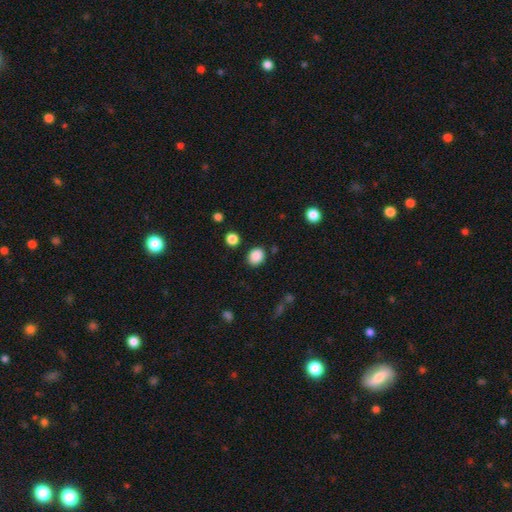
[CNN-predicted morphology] Smooth or featured? Predicted: smooth (p=0.86). How rounded? Predicted: round (p=0.58). Merging? Predicted: none (p=0.86).